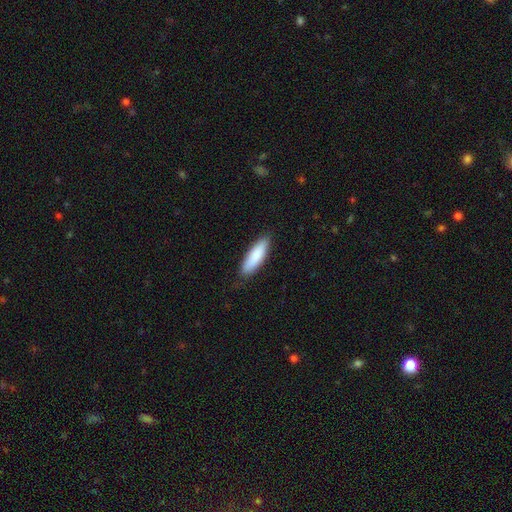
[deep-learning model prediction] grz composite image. It shows a smooth galaxy with no disk features (86%) that is cigar-shaped (55%). Merging: none (85%).